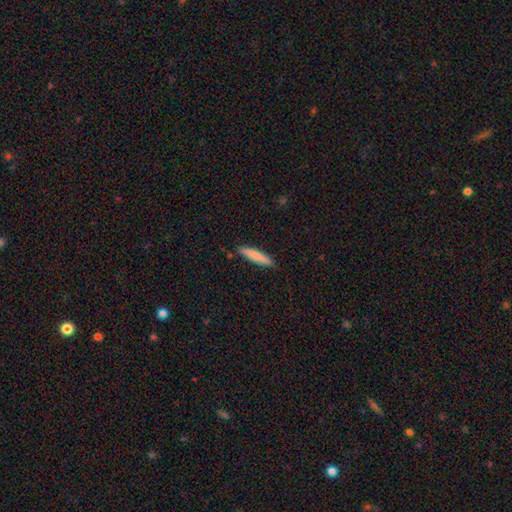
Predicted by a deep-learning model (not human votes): Smooth or featured? smooth (80%)
How rounded? cigar-shaped (86%)
Merging? none (86%)